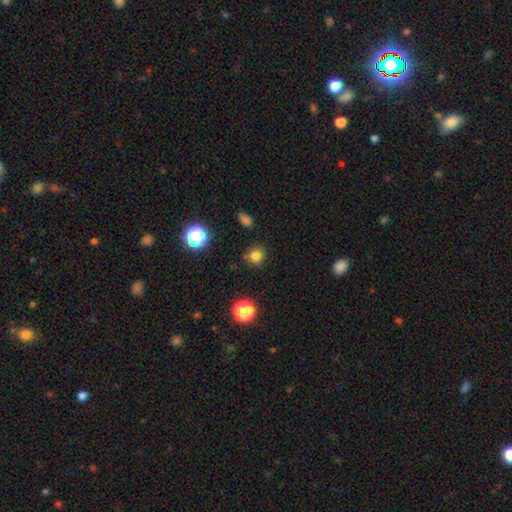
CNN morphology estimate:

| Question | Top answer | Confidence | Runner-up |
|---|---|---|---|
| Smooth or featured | smooth | 79% | star or artifact (16%) |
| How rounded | round | 92% | in between (7%) |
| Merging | none | 86% | minor disturbance (8%) |